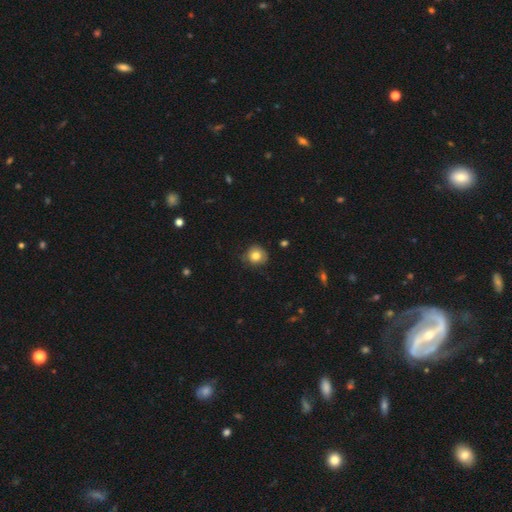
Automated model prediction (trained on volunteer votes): Smooth or featured: smooth — 79% (featured or disk — 12%)
How rounded: round — 87% (in between — 12%)
Merging: none — 74% (minor disturbance — 21%)